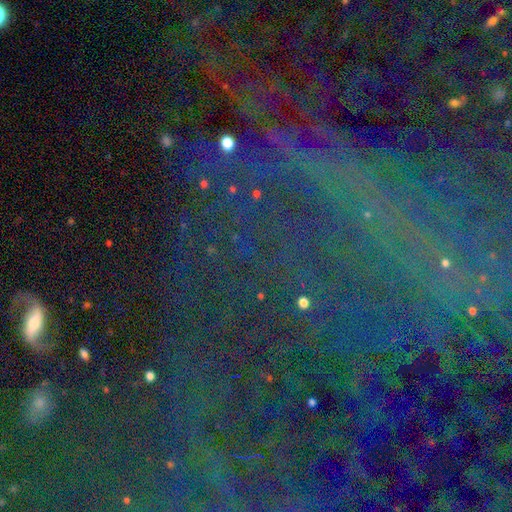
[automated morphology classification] Smooth or featured? star or artifact (86%)